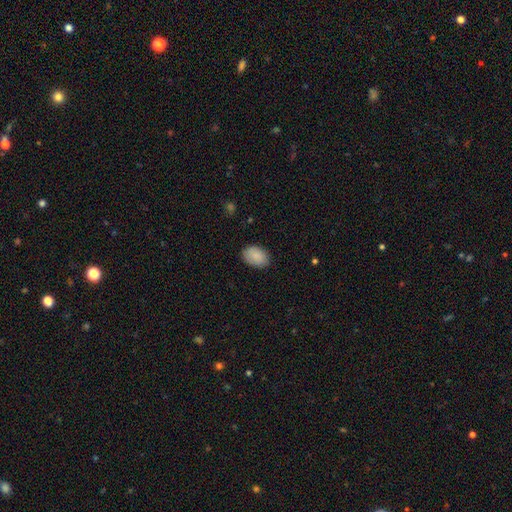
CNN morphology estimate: A smooth galaxy with no disk features (87%) that is in between round and cigar-shaped (86%). Merging: none (83%).